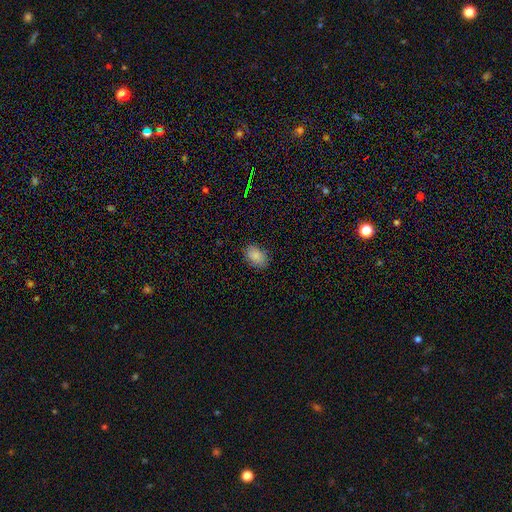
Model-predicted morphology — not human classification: smooth-or-featured: smooth: 87% | star or artifact: 8% | featured or disk: 5%
  how-rounded: in between: 87% | round: 12% | cigar-shaped: 1%
  merging: none: 84% | minor disturbance: 13% | major disturbance: 3% | merger: 1%